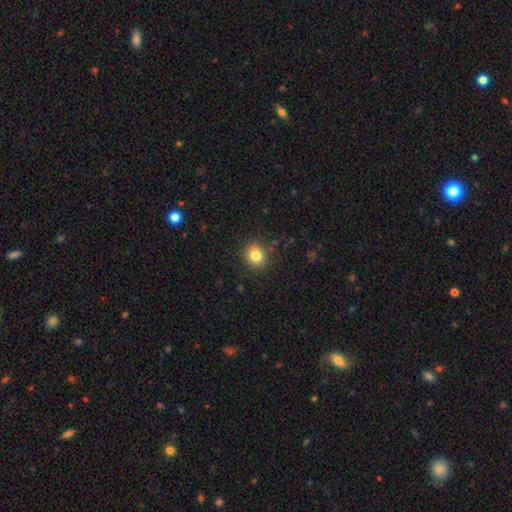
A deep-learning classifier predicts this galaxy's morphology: smooth_or_featured: smooth (p=0.81) [alt: star or artifact p=0.11]
how_rounded: round (p=0.73) [alt: in between p=0.26]
merging: none (p=0.88) [alt: minor disturbance p=0.09]